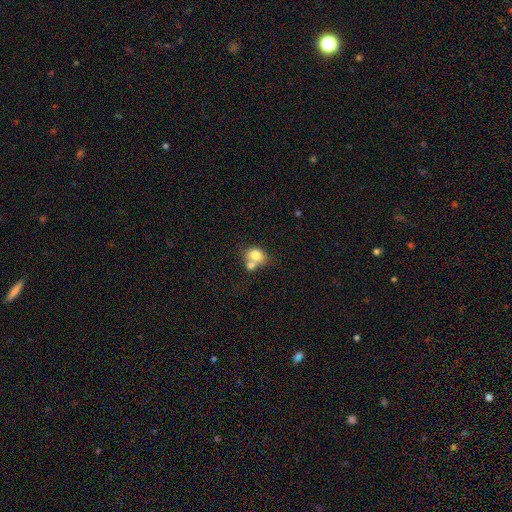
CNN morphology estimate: This is likely a smooth galaxy (77%). How rounded: possibly round (50%). Merging: possibly merger (54%).